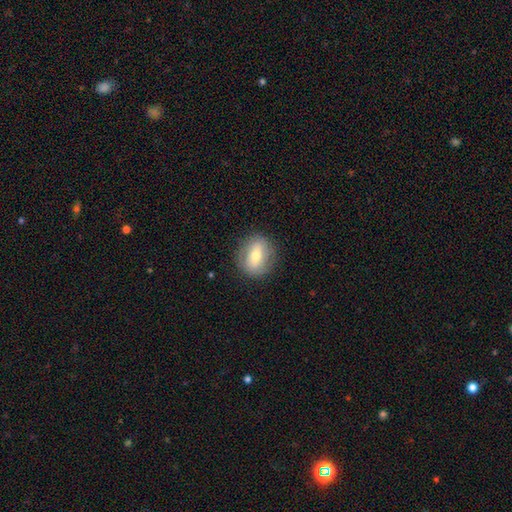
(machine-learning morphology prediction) Q: Smooth or featured?
A: smooth (58%); runner-up: featured or disk (34%)
Q: How rounded?
A: round (55%); runner-up: in between (43%)
Q: Merging?
A: none (84%); runner-up: minor disturbance (11%)